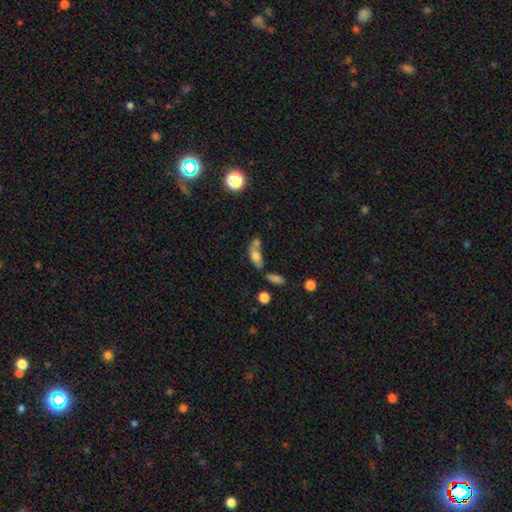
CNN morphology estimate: smooth_or_featured: smooth (p=0.65) [alt: featured or disk p=0.25]
how_rounded: in between (p=0.73) [alt: cigar-shaped p=0.19]
merging: merger (p=0.45) [alt: none p=0.29]